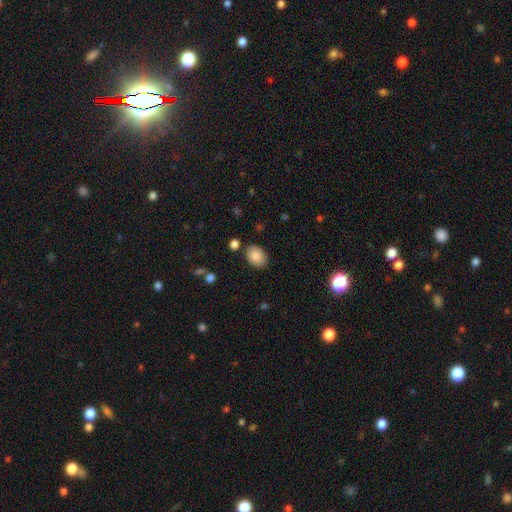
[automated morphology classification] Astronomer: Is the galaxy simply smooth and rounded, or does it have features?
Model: smooth — 87%.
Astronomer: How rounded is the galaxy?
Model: in between — 73%.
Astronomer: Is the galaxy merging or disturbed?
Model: none — 82%.